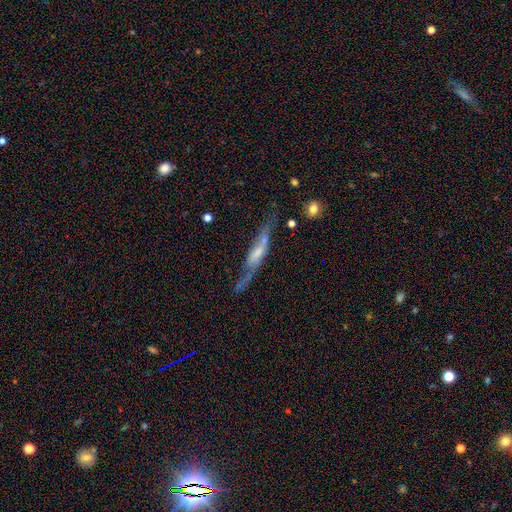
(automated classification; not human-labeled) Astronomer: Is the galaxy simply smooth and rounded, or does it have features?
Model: featured or disk — 70%.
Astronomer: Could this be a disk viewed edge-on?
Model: yes — 81%.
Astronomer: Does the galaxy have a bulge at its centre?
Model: rounded — 51%.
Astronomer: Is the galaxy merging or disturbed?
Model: none — 64%.